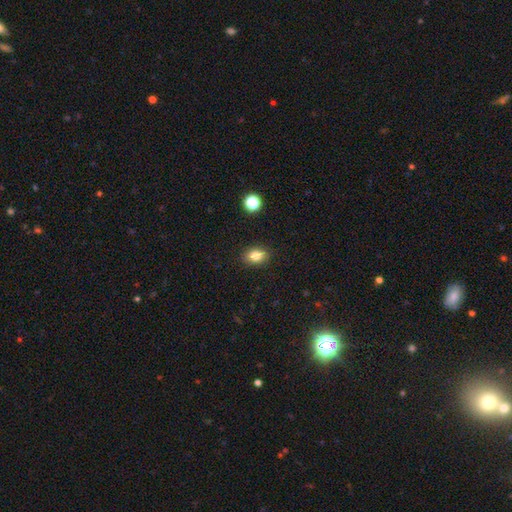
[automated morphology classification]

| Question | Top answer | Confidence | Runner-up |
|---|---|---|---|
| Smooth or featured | smooth | 82% | star or artifact (10%) |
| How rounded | in between | 81% | round (17%) |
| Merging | none | 88% | minor disturbance (8%) |